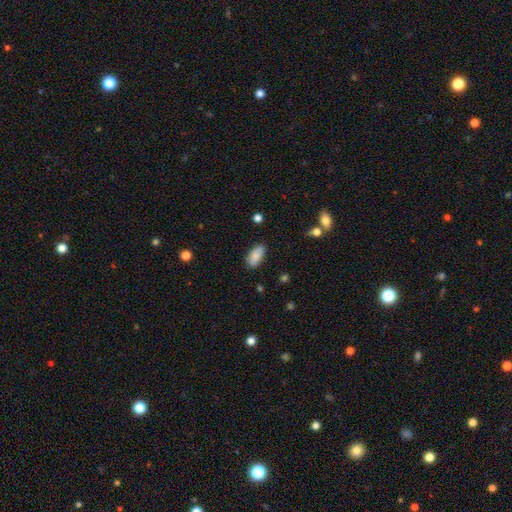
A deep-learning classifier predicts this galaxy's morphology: Smooth or featured? smooth (85%)
How rounded? in between (92%)
Merging? none (83%)